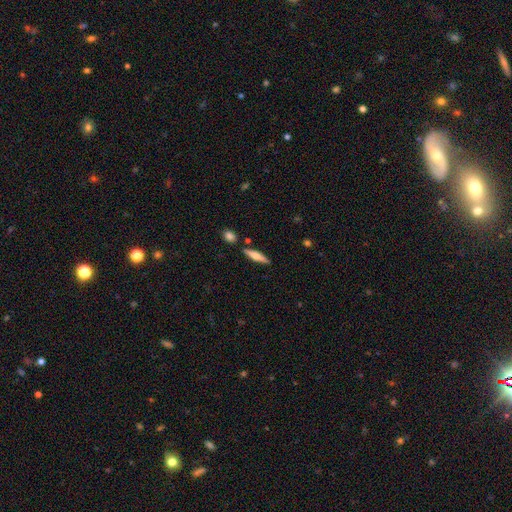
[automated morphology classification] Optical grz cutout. It shows a smooth galaxy with no disk features (55%) that is cigar-shaped (78%). Merging: none (85%).